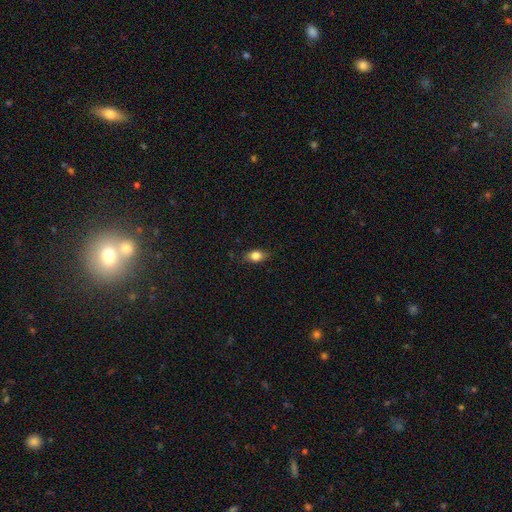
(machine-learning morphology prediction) Overall: smooth (80%). How rounded: in between (76%). Merging: none (80%).